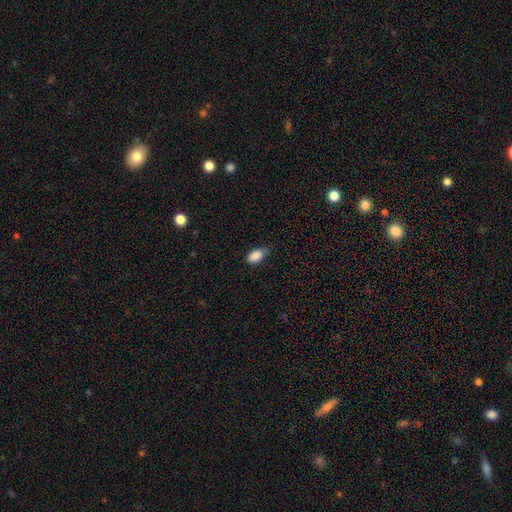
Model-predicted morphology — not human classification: The model was most divided on "merging": none: 66%, minor disturbance: 29%, major disturbance: 4%, merger: 1%. More confident: how rounded — in between (92%); smooth or featured — smooth (88%).